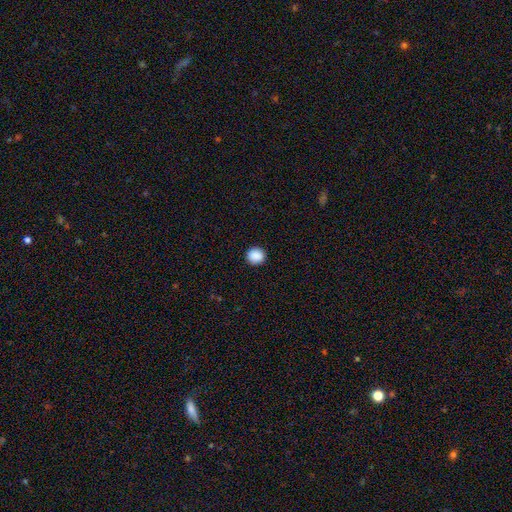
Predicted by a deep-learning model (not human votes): Overall: smooth (89%). How rounded: round (89%). Merging: none (92%).